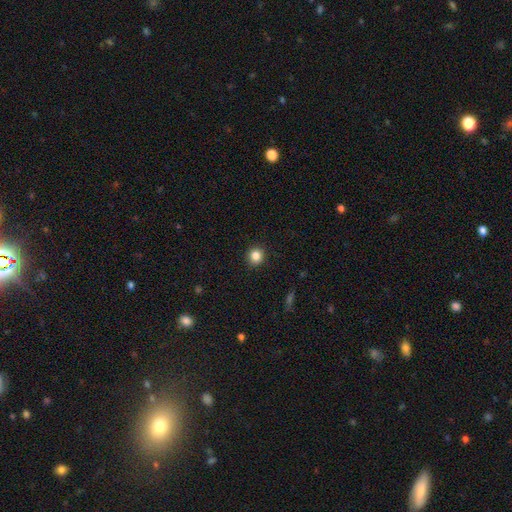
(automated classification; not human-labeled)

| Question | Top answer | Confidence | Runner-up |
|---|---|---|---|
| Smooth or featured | smooth | 84% | star or artifact (11%) |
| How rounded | round | 90% | in between (9%) |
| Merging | none | 92% | minor disturbance (6%) |